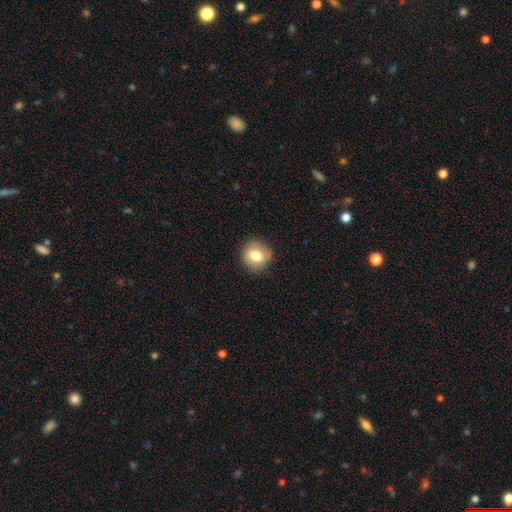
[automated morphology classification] type=smooth (75%); roundness=round (79%); merging=none (83%).